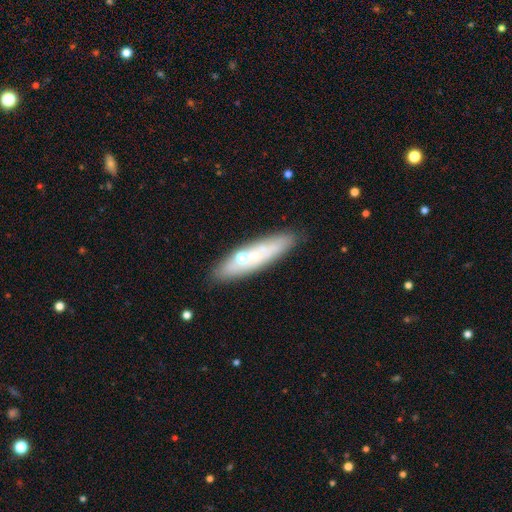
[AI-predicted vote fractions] The model was most divided on "smooth or featured": featured or disk: 46%, smooth: 45%, star or artifact: 9%. More confident: merging — none (77%).